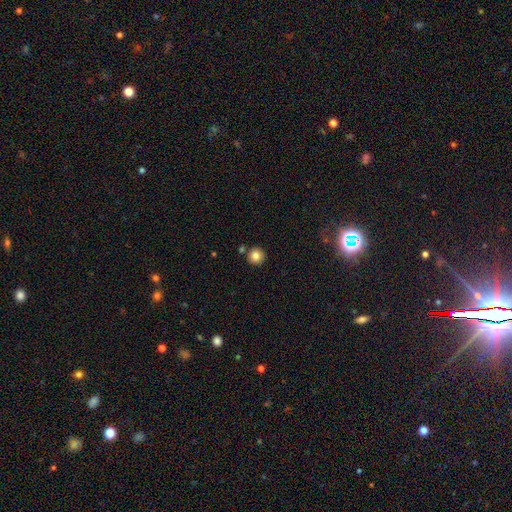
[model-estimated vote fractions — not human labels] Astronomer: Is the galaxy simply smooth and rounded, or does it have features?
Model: smooth — 83%.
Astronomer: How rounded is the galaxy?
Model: round — 95%.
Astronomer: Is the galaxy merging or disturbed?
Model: none — 85%.